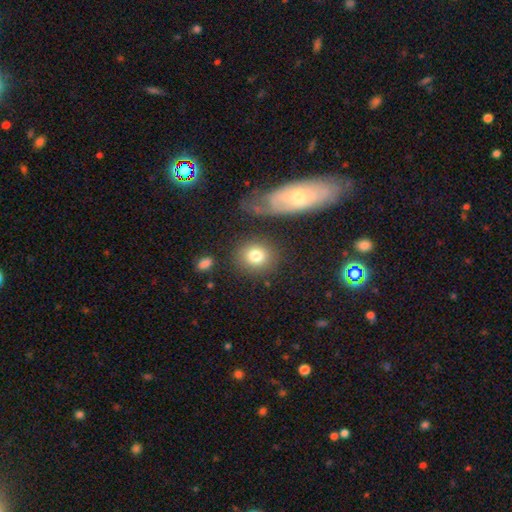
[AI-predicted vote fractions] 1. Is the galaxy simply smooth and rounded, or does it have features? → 81% smooth, 10% featured or disk, 9% star or artifact.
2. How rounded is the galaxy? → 74% round, 25% in between, 1% cigar-shaped.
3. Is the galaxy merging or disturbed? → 78% none, 11% minor disturbance, 6% merger, 5% major disturbance.